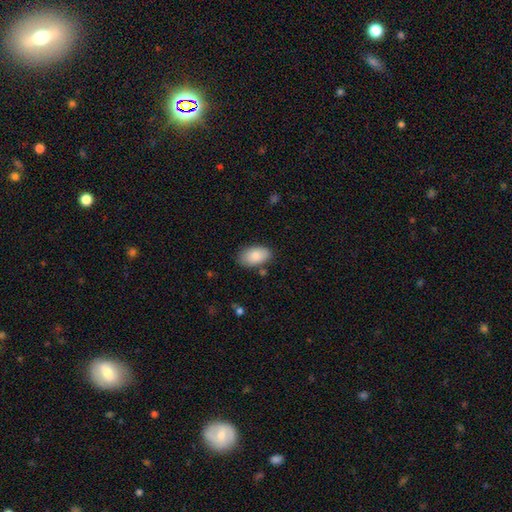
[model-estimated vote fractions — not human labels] Morphology: type=smooth (87%); roundness=in between (94%); merging=none (80%).